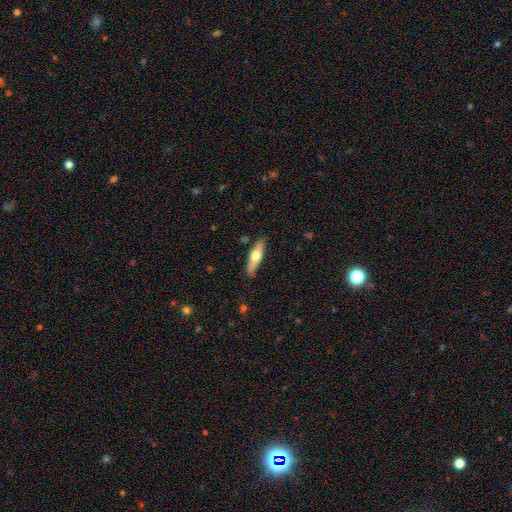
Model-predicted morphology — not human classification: A smooth galaxy with no disk features (52%) that is cigar-shaped (65%).

Vote fractions:
- Smooth or featured? smooth: 52% / featured or disk: 43% / star or artifact: 5%
- How rounded? cigar-shaped: 65% / in between: 32% / round: 2%
- Merging? none: 86% / minor disturbance: 10% / major disturbance: 2% / merger: 2%